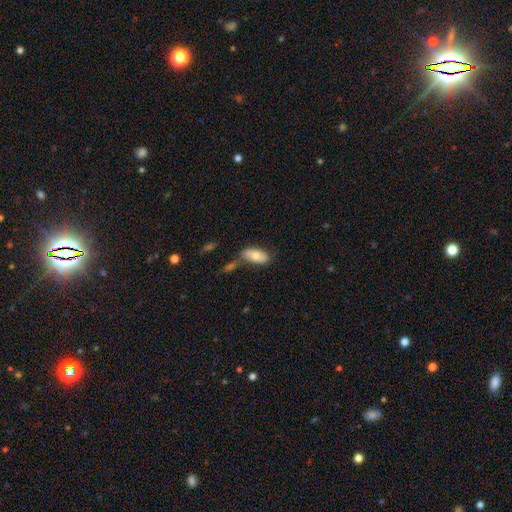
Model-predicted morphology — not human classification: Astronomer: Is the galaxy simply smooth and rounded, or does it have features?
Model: smooth — 72%.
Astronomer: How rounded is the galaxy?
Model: in between — 92%.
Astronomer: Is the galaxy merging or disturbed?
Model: none — 53%.